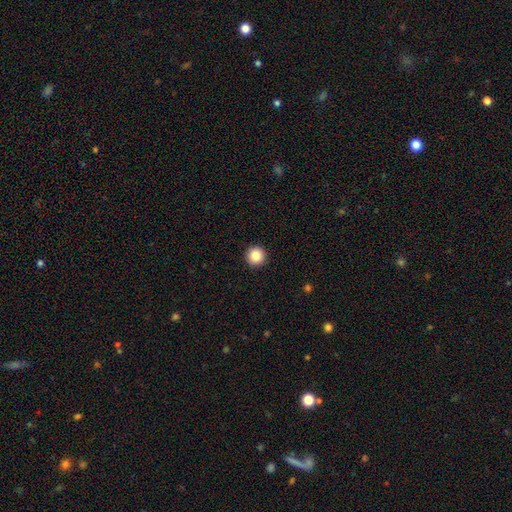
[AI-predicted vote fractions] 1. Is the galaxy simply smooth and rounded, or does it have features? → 85% smooth, 10% star or artifact, 5% featured or disk.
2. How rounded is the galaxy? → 96% round, 3% in between, 1% cigar-shaped.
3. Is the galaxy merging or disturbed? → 94% none, 4% minor disturbance, 1% major disturbance, 1% merger.